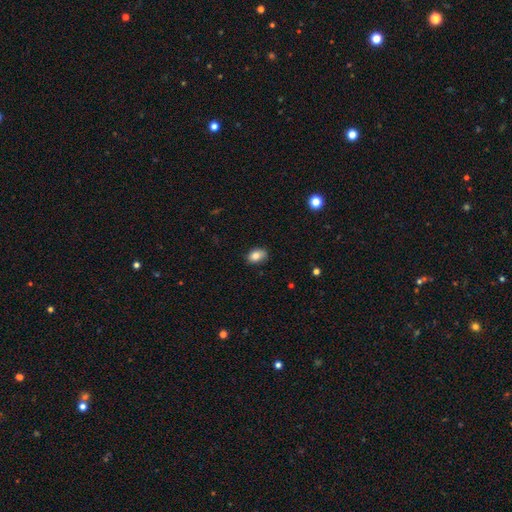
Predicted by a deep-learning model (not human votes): smooth 85%, star or artifact 8%, featured or disk 7%. Down the decision tree: how rounded — in between (85%); merging — none (78%).